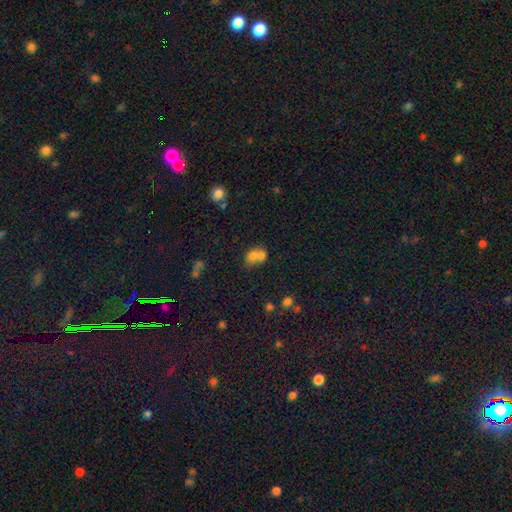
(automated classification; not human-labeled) The model was most divided on "how rounded": in between: 50%, round: 49%, cigar-shaped: 1%. More confident: smooth or featured — smooth (71%); merging — merger (67%).